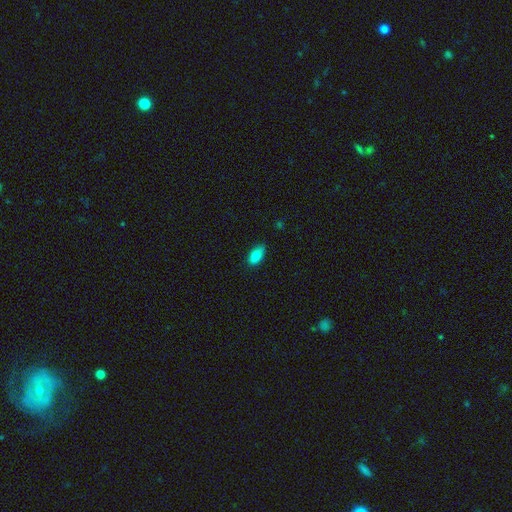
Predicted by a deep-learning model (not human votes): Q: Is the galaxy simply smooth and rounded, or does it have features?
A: smooth — 84%.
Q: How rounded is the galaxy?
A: in between — 90%.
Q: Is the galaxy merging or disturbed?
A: none — 73%.